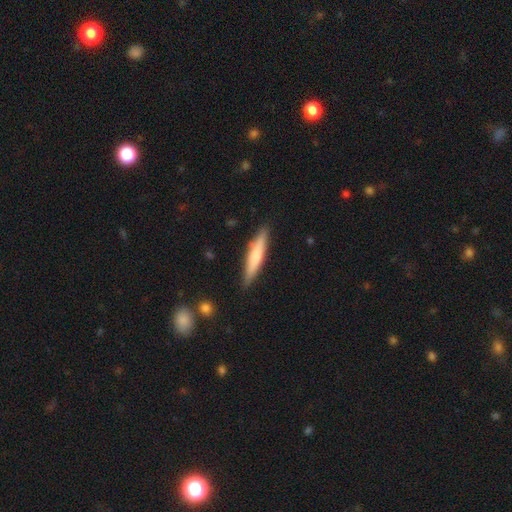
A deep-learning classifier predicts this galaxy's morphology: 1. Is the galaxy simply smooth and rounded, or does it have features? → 59% smooth, 36% featured or disk, 6% star or artifact.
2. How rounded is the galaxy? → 88% cigar-shaped, 10% in between, 1% round.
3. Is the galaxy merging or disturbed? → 86% none, 10% minor disturbance, 2% major disturbance, 2% merger.